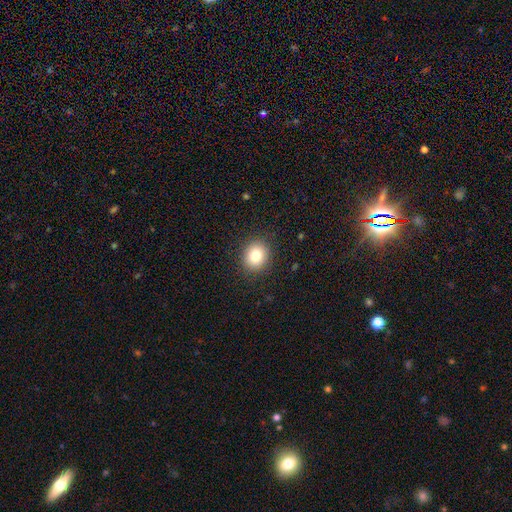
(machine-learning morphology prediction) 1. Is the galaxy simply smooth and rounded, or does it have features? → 81% smooth, 11% star or artifact, 9% featured or disk.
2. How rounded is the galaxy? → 77% round, 22% in between, 1% cigar-shaped.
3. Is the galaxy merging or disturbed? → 89% none, 7% minor disturbance, 3% major disturbance, 1% merger.